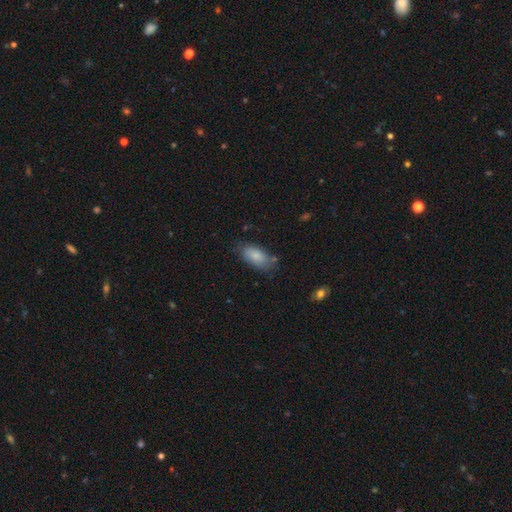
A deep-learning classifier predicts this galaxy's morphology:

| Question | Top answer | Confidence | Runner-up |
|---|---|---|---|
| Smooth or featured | smooth | 84% | featured or disk (9%) |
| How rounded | in between | 92% | cigar-shaped (5%) |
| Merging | none | 70% | minor disturbance (21%) |